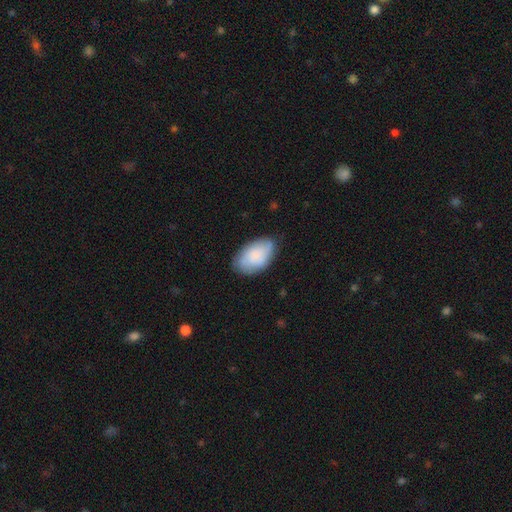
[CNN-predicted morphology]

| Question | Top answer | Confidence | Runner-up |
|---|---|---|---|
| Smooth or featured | smooth | 69% | featured or disk (24%) |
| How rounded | in between | 93% | round (6%) |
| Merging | none | 72% | minor disturbance (22%) |